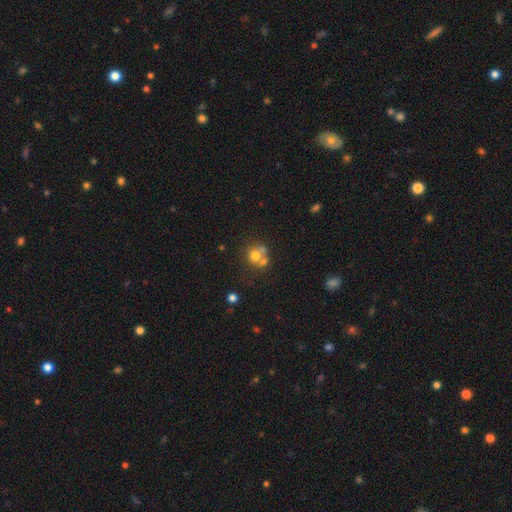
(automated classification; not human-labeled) This is likely a smooth galaxy (67%). How rounded: clearly round (80%). Merging: marginally merger (42%).